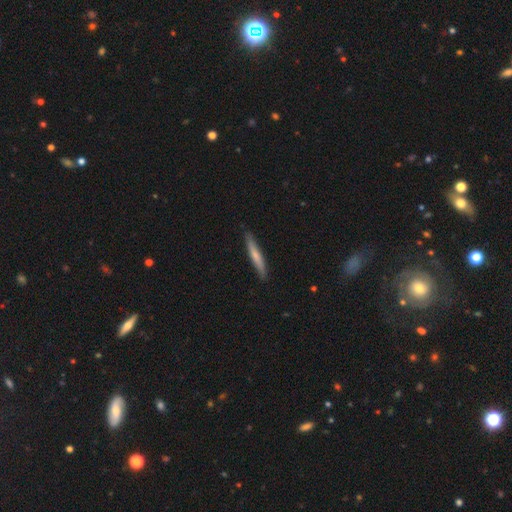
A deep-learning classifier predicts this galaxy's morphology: Smooth or featured? Predicted: smooth (p=0.64). How rounded? Predicted: cigar-shaped (p=0.94). Merging? Predicted: none (p=0.87).